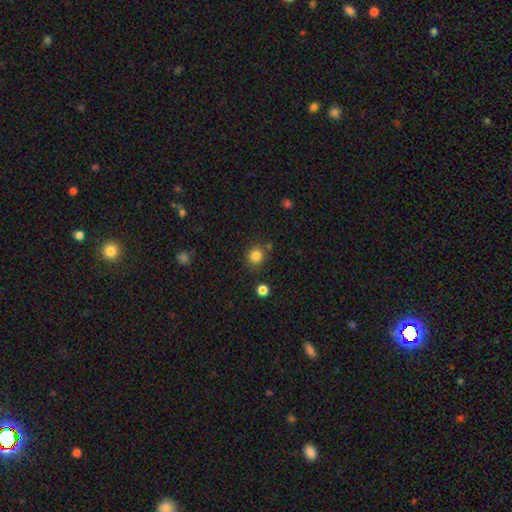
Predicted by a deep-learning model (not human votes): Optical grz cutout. It shows a smooth galaxy with no disk features (84%) that is round (87%). Merging: none (79%).